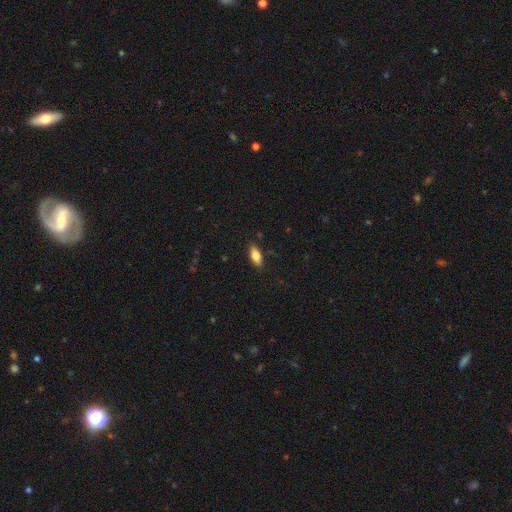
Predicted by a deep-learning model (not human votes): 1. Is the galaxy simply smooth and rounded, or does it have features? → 82% smooth, 11% featured or disk, 7% star or artifact.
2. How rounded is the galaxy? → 87% in between, 11% cigar-shaped, 3% round.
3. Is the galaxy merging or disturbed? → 86% none, 11% minor disturbance, 2% major disturbance, 1% merger.